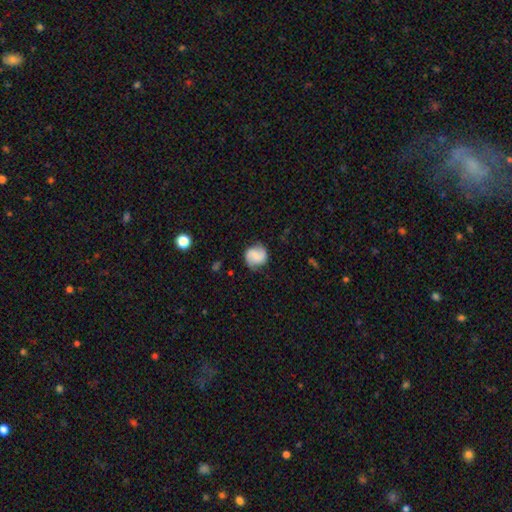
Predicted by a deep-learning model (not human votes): Q: Smooth or featured?
A: featured or disk (51%); runner-up: smooth (41%)
Q: Edge-on disk?
A: no (98%); runner-up: yes (2%)
Q: Merging?
A: none (78%); runner-up: minor disturbance (15%)